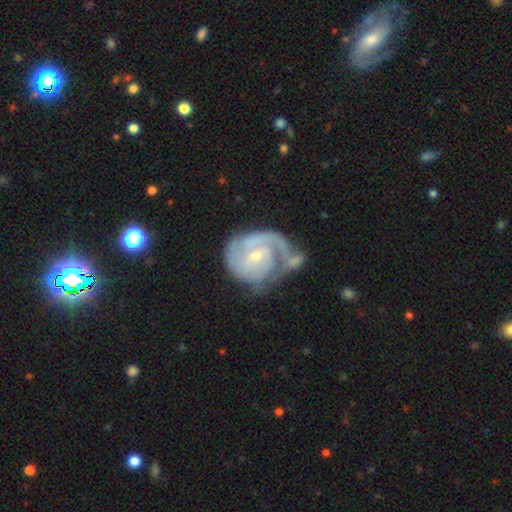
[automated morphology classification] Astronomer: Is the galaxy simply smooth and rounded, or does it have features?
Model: featured or disk — 86%.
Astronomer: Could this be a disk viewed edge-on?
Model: no — 98%.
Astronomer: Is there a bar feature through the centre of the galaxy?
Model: weak — 47% (runner-up: no, 41%).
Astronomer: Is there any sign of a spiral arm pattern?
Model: yes — 95%.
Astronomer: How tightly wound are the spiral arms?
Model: tight — 60%.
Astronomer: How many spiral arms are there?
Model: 2 — 43% (runner-up: can't tell, 18%).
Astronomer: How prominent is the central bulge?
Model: small — 63%.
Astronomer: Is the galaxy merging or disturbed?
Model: none — 40% (runner-up: minor disturbance, 22%).